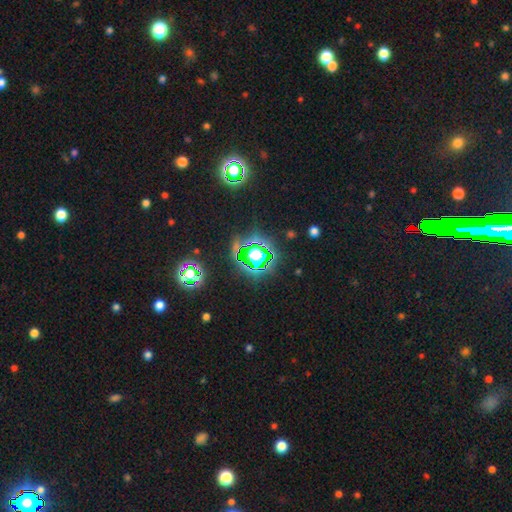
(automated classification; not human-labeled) smooth-or-featured: star or artifact: 62% | smooth: 25% | featured or disk: 13%